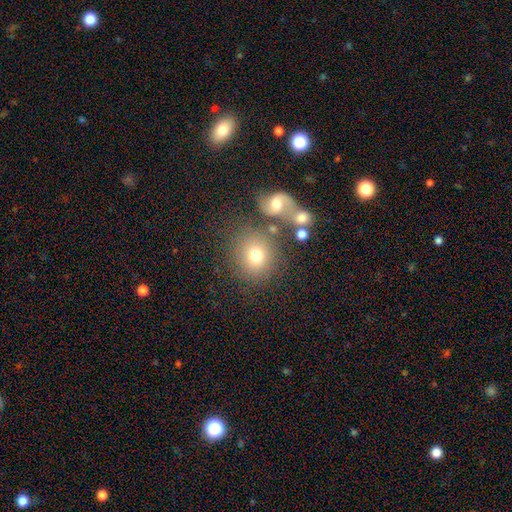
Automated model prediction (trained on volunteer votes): Overall: smooth (73%). How rounded: round (83%). Merging: none (69%).